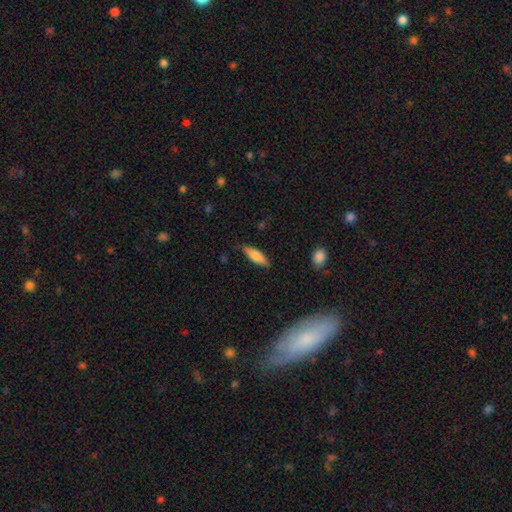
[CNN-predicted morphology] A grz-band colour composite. It shows a smooth galaxy with no disk features (77%) that is cigar-shaped (53%). Merging: none (81%).